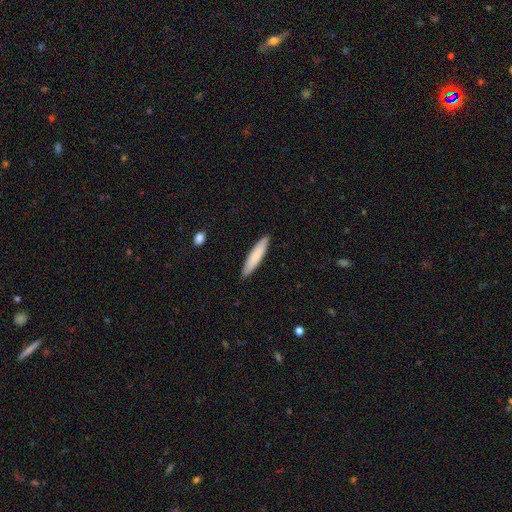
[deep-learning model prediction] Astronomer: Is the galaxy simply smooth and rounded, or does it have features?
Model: smooth — 78%.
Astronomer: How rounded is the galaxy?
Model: cigar-shaped — 87%.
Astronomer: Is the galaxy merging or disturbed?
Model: none — 90%.